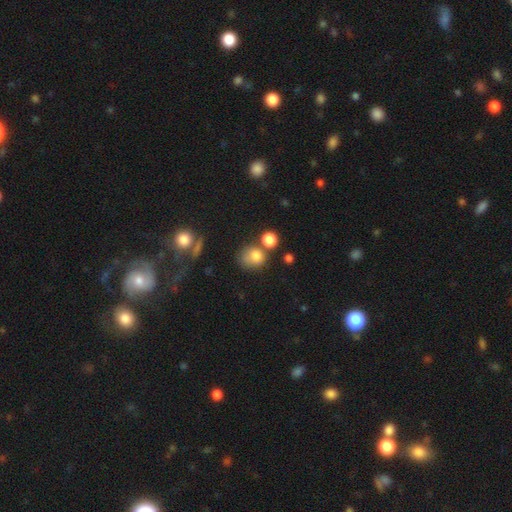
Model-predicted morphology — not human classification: The model was most divided on "merging": none: 48%, merger: 24%, minor disturbance: 19%, major disturbance: 10%. More confident: smooth or featured — smooth (78%); how rounded — round (69%).